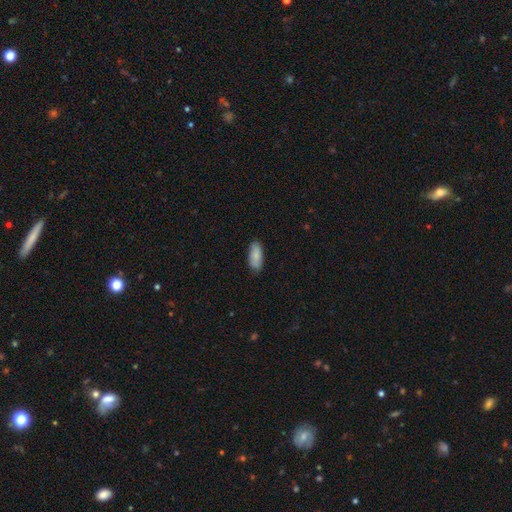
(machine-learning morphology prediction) smooth-or-featured: smooth: 83% | featured or disk: 11% | star or artifact: 6%
  how-rounded: in between: 86% | cigar-shaped: 12% | round: 2%
  merging: none: 84% | minor disturbance: 12% | major disturbance: 2% | merger: 1%